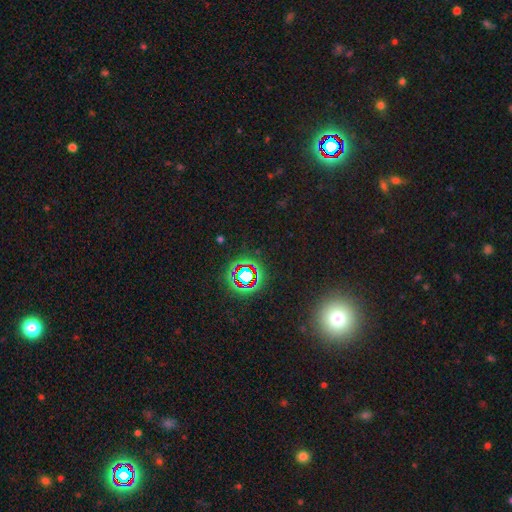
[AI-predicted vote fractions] Q: Smooth or featured?
A: star or artifact (69%); runner-up: smooth (21%)